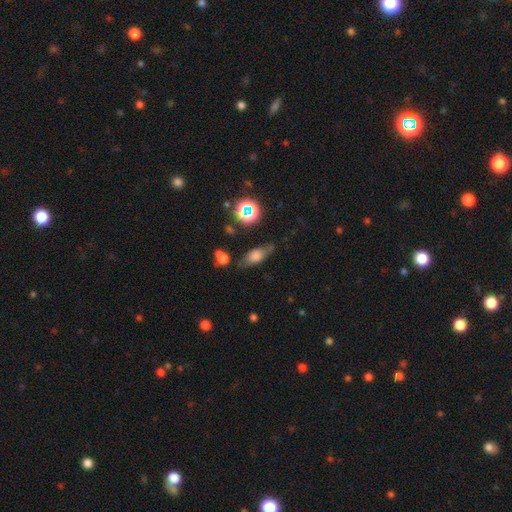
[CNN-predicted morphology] Smooth or featured: smooth — 56% (featured or disk — 30%)
How rounded: in between — 65% (cigar-shaped — 25%)
Merging: none — 62% (minor disturbance — 23%)